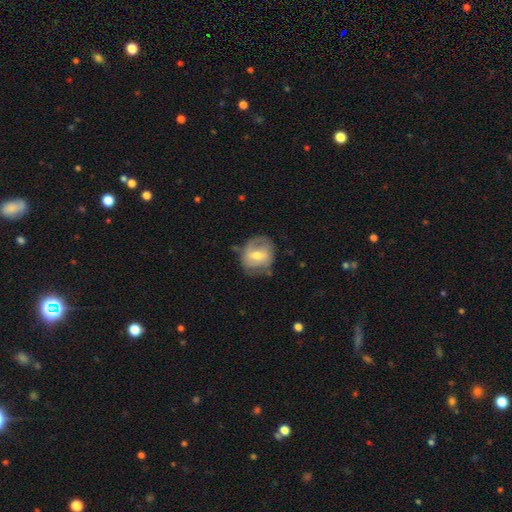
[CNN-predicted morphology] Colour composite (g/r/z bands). It shows a featured or disk galaxy (52%) with a weak bar (49%), spiral arms (60%) and a moderate central bulge (64%). Merging: none (62%).